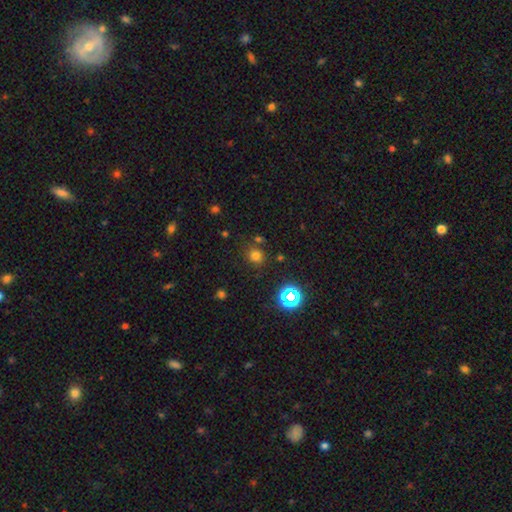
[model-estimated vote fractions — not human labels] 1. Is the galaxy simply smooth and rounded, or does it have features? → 71% smooth, 22% star or artifact, 7% featured or disk.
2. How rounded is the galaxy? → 85% round, 14% in between, 1% cigar-shaped.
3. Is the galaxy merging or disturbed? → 80% none, 10% minor disturbance, 7% merger, 4% major disturbance.